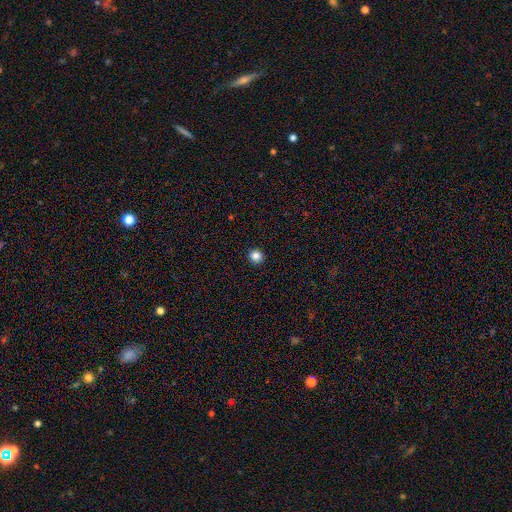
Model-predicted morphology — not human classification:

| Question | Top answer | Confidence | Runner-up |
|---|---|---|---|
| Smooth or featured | smooth | 84% | star or artifact (12%) |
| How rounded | round | 95% | in between (4%) |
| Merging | none | 94% | minor disturbance (4%) |